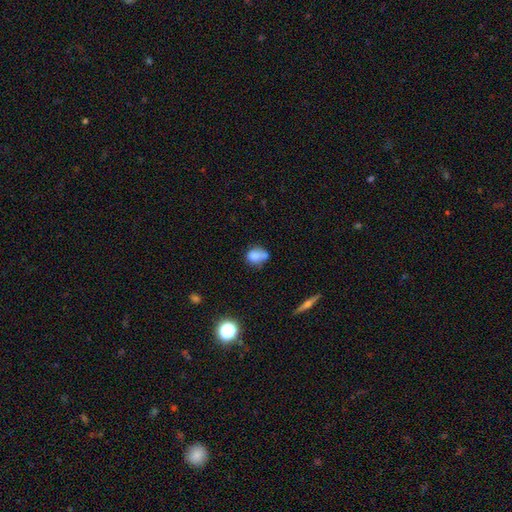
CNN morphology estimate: Smooth or featured? smooth (75%)
How rounded? in between (58%)
Merging? none (40%)